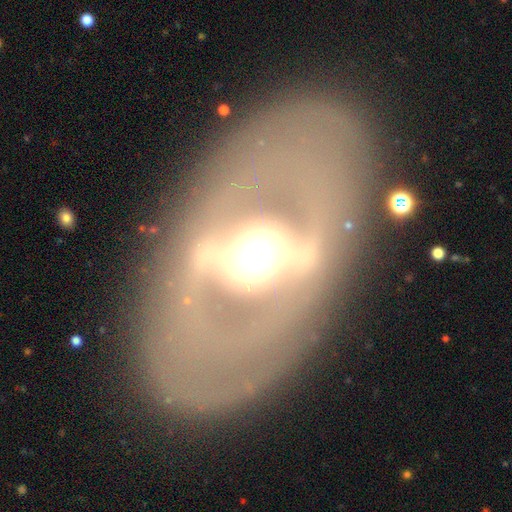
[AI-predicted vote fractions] smooth-or-featured: featured or disk: 77% | smooth: 16% | star or artifact: 7%
  disk-edge-on: no: 82% | yes: 18%
    bar: strong: 61% | weak: 21% | no: 18%
    has-spiral-arms: no: 70% | yes: 30%
    bulge-size: moderate: 55% | large: 33% | small: 6% | dominant: 6% | none: 1%
  merging: none: 79% | minor disturbance: 11% | major disturbance: 8% | merger: 2%